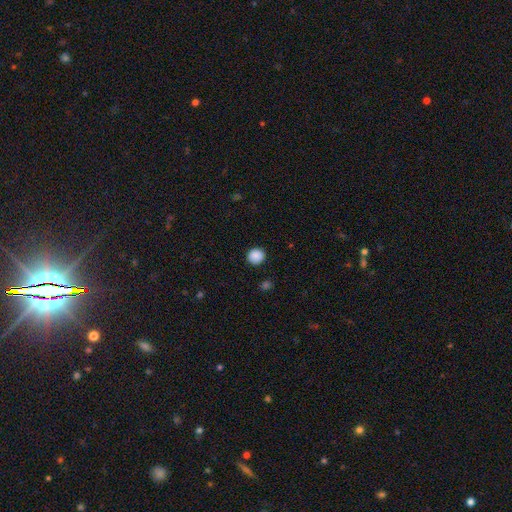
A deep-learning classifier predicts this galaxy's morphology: smooth 89%, star or artifact 9%, featured or disk 3%. Down the decision tree: how rounded — round (90%); merging — none (91%).